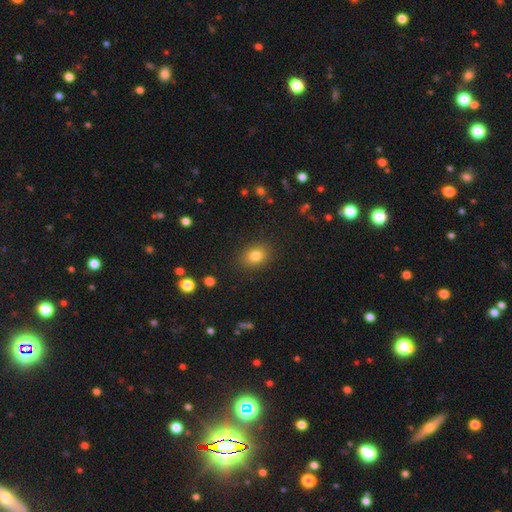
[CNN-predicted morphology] type=smooth (82%); roundness=in between (57%); merging=none (87%).